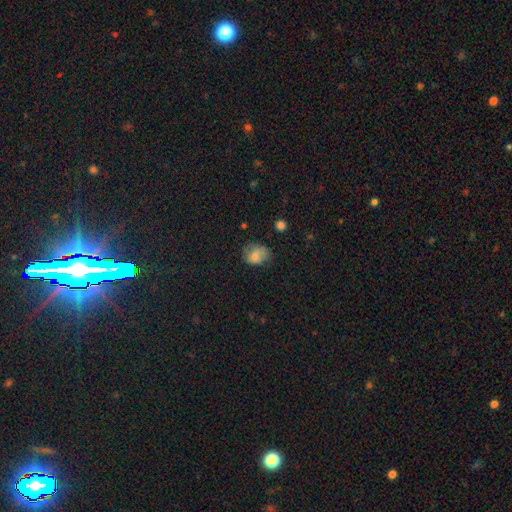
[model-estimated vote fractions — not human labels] Smooth or featured?
  - smooth: 76% *
  - featured or disk: 14%
  - star or artifact: 10%
How rounded?
  - in between: 53% *
  - round: 46%
  - cigar-shaped: 1%
Merging?
  - none: 55% *
  - minor disturbance: 31%
  - major disturbance: 12%
  - merger: 2%